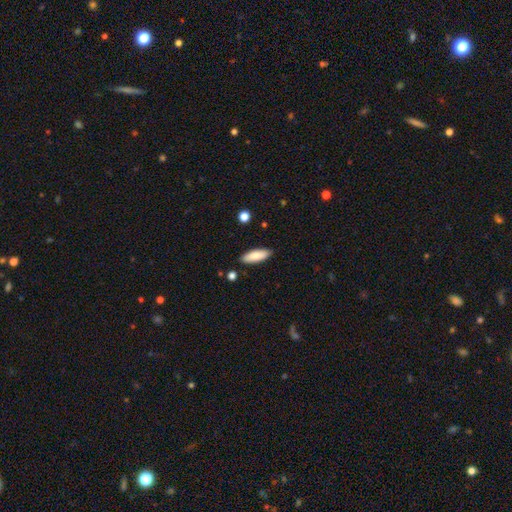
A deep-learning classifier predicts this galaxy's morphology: Smooth or featured? Predicted: smooth (p=0.84). How rounded? Predicted: in between (p=0.60). Merging? Predicted: none (p=0.88).